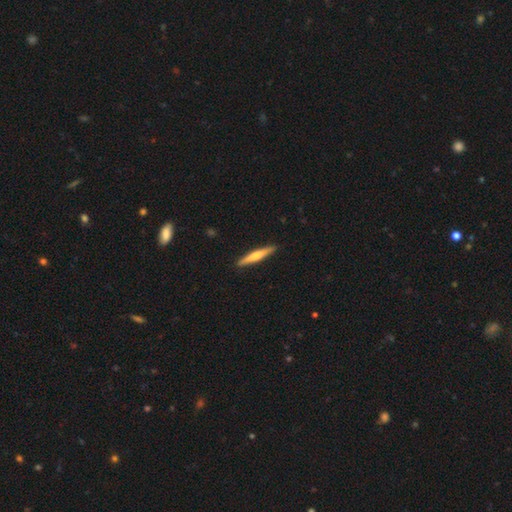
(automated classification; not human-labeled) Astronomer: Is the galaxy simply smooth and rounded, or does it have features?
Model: smooth — 53% (runner-up: featured or disk, 42%).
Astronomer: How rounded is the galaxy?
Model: cigar-shaped — 93%.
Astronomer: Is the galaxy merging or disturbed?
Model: none — 91%.